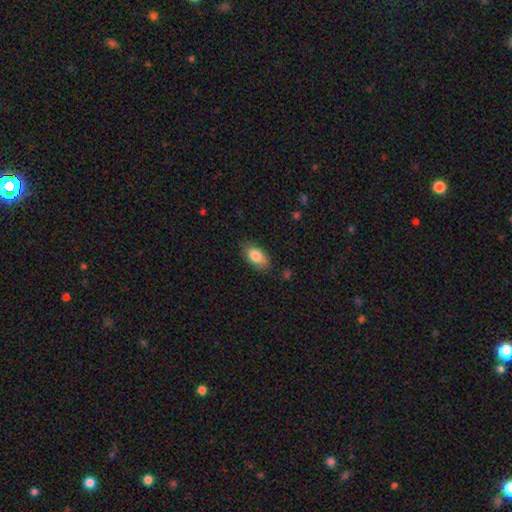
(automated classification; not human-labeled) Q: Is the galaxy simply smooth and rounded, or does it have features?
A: smooth — 85%.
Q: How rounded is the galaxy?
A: in between — 90%.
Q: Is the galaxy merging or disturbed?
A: none — 78%.